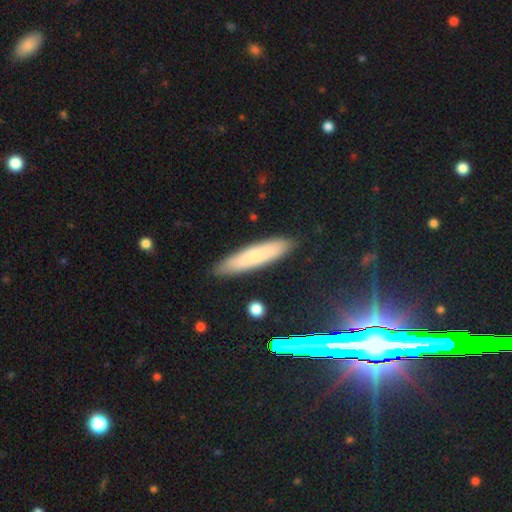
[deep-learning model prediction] smooth 71%, featured or disk 19%, star or artifact 10%. Down the decision tree: how rounded — cigar-shaped (79%); merging — none (88%).